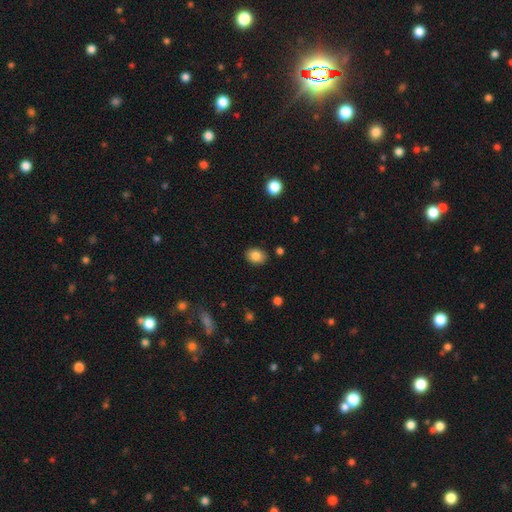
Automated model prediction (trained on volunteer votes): This appears to be a smooth galaxy with no disk features (84%) that is in between round and cigar-shaped (62%). Merging: none (87%).